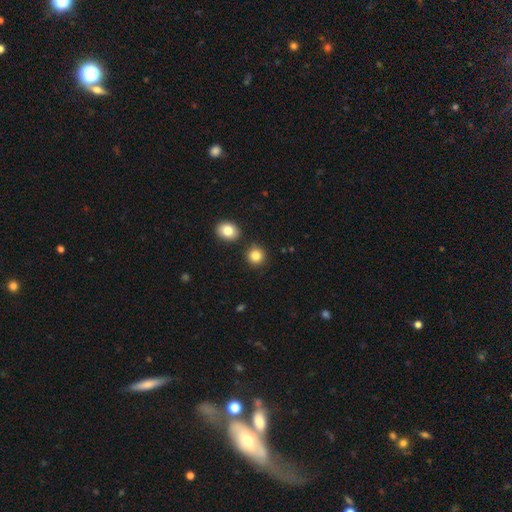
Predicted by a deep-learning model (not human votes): This appears to be a smooth galaxy with no disk features (84%) that is round (88%). Merging: none (84%).